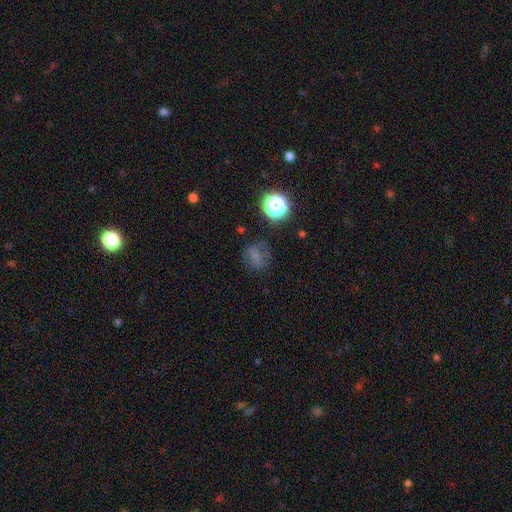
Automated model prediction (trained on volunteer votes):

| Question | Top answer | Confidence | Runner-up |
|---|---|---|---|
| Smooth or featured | smooth | 61% | star or artifact (24%) |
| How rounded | round | 51% | in between (46%) |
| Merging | none | 64% | minor disturbance (20%) |